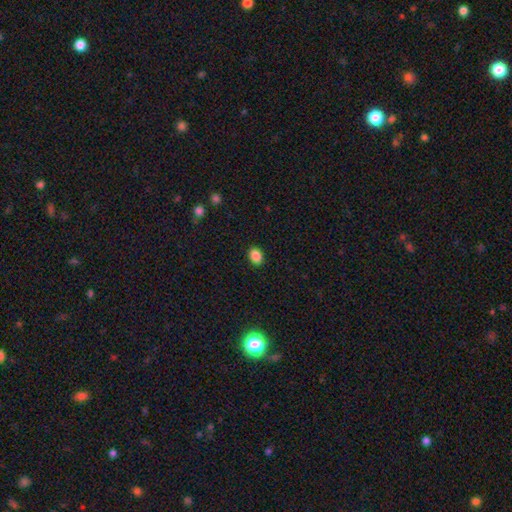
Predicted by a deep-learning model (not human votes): This is clearly a smooth galaxy (88%). How rounded: likely in between (68%). Merging: clearly none (90%).